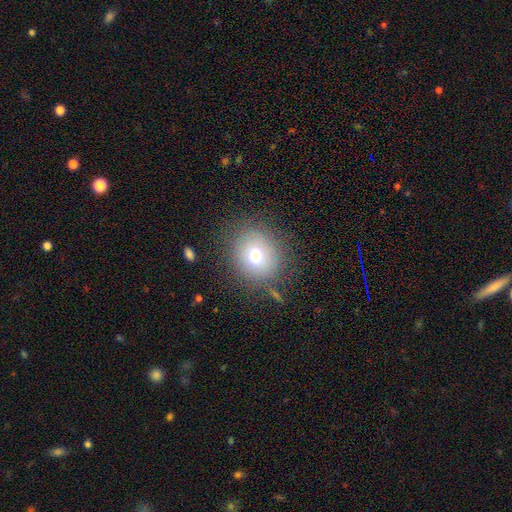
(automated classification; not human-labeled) Smooth or featured? Predicted: smooth (p=0.71). How rounded? Predicted: round (p=0.85). Merging? Predicted: none (p=0.82).